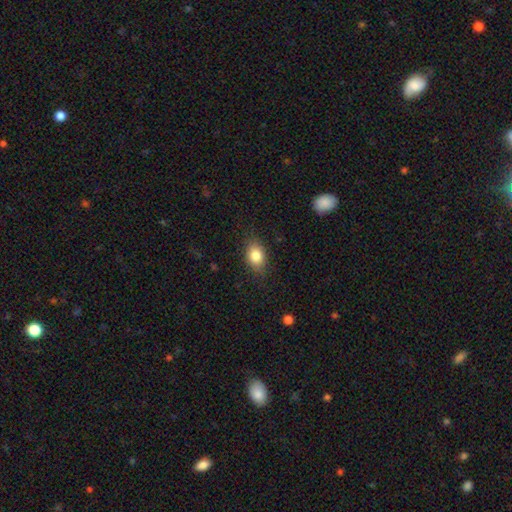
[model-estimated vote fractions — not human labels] Smooth or featured? Predicted: smooth (p=0.82). How rounded? Predicted: in between (p=0.76). Merging? Predicted: none (p=0.82).